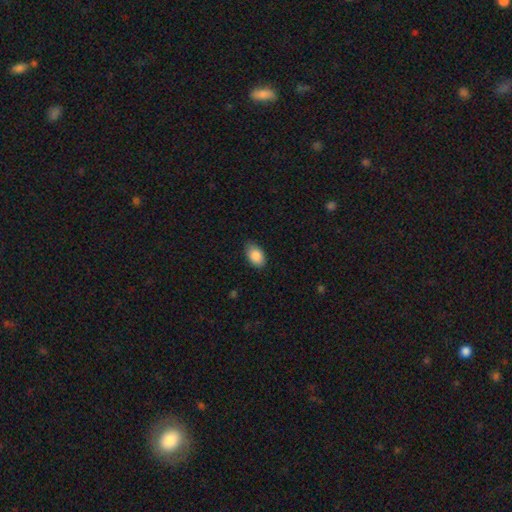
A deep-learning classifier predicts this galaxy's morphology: Q: Smooth or featured?
A: smooth (87%); runner-up: star or artifact (7%)
Q: How rounded?
A: in between (91%); runner-up: round (7%)
Q: Merging?
A: none (81%); runner-up: minor disturbance (15%)